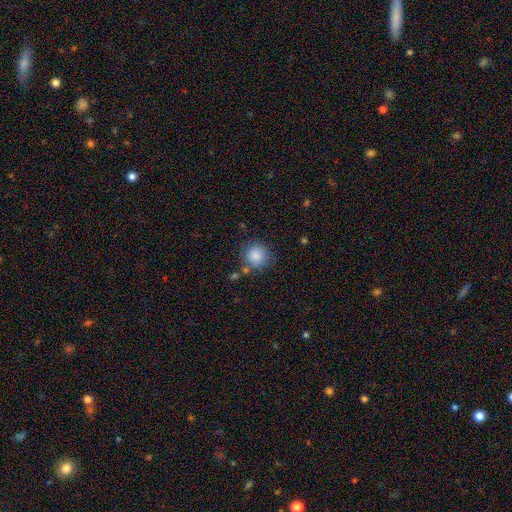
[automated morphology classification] Smooth or featured? smooth (86%)
How rounded? round (91%)
Merging? none (75%)